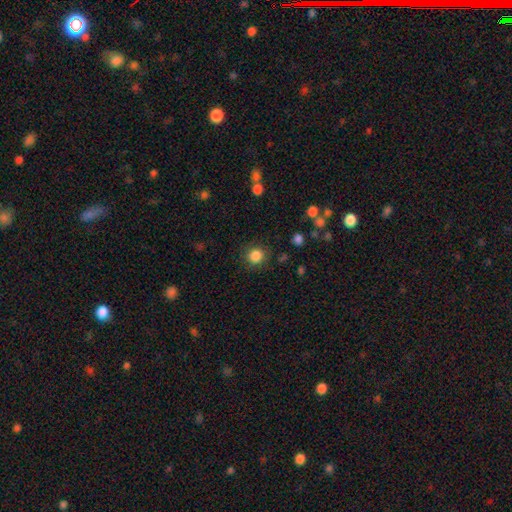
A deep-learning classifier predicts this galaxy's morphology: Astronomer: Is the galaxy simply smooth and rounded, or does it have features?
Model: smooth — 85%.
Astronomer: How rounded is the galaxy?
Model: round — 89%.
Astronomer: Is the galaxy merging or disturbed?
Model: none — 85%.